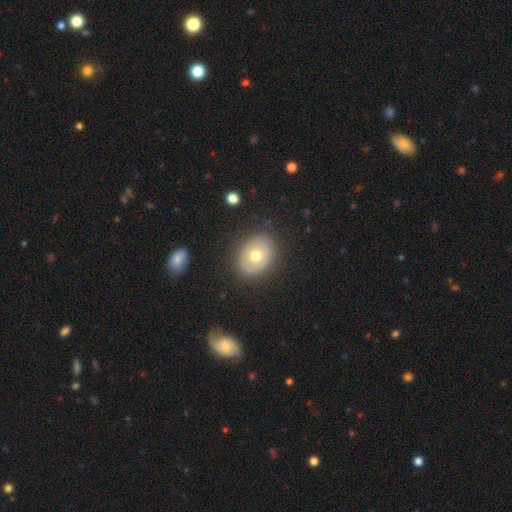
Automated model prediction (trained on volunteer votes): Smooth or featured? Predicted: smooth (p=0.60). How rounded? Predicted: in between (p=0.57). Merging? Predicted: none (p=0.85).